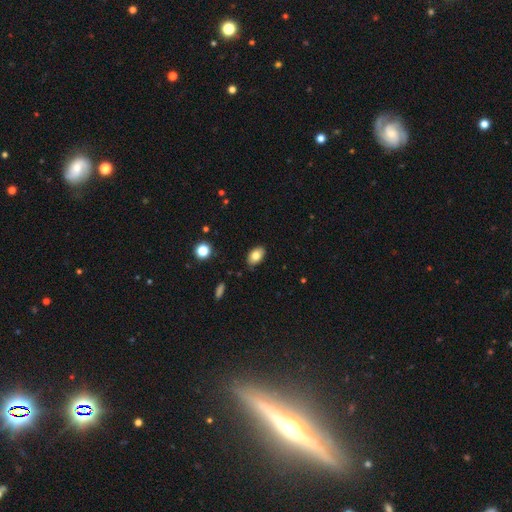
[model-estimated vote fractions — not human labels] Morphology: type=smooth (81%); roundness=in between (90%); merging=none (85%).